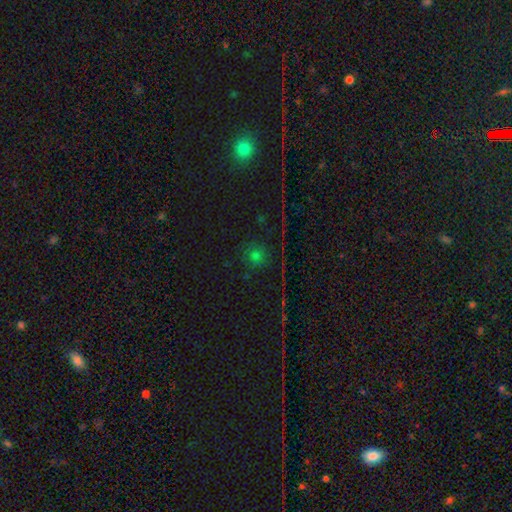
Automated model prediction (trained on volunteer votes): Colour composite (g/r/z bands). It shows a smooth galaxy with no disk features (56%) that is round (89%). Merging: none (79%).